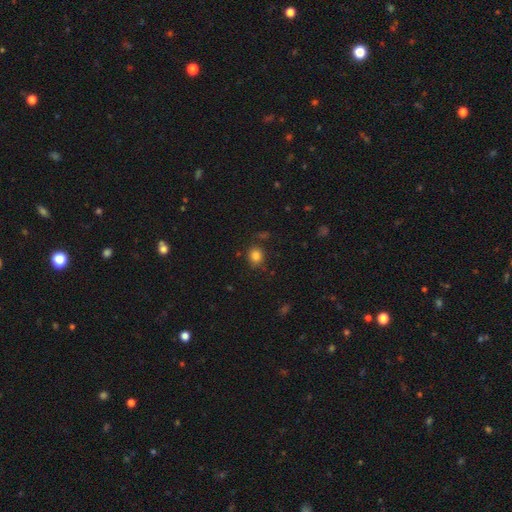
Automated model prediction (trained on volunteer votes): This is clearly a smooth galaxy (83%). How rounded: likely round (66%). Merging: likely none (79%).